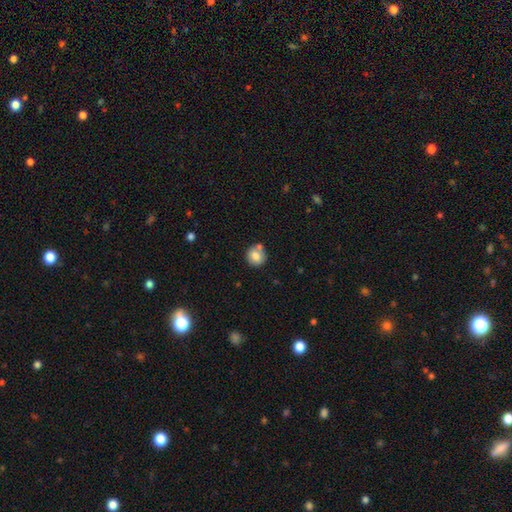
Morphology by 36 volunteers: type=smooth (83%); roundness=round (90%); merging=none (80%).